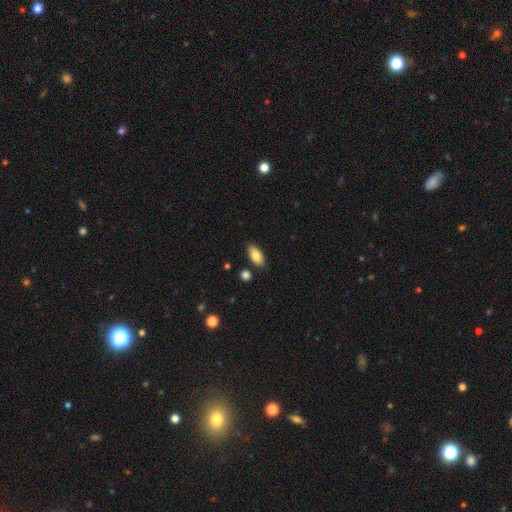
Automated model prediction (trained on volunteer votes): A smooth galaxy with no disk features (84%) that is in between round and cigar-shaped (90%). Merging: none (84%).